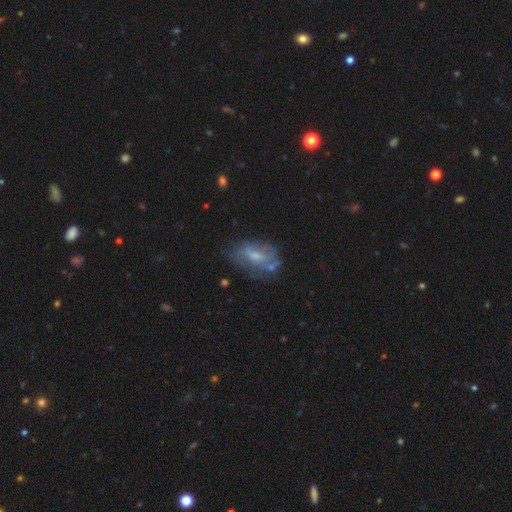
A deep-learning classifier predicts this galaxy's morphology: Overall: smooth (46%; featured or disk 45%). Merging: none (47%; minor disturbance 28%).